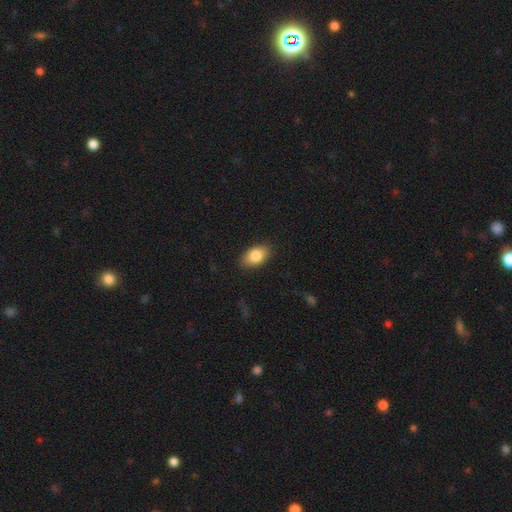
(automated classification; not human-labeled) Overall: smooth (84%). How rounded: in between (90%). Merging: none (86%).